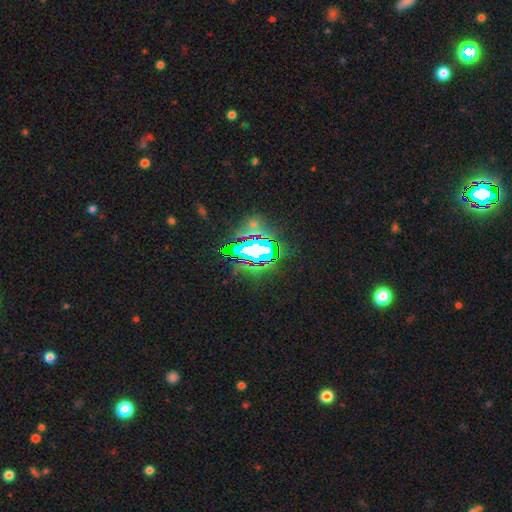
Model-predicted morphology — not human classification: A star or artifact, not a galaxy (75%).